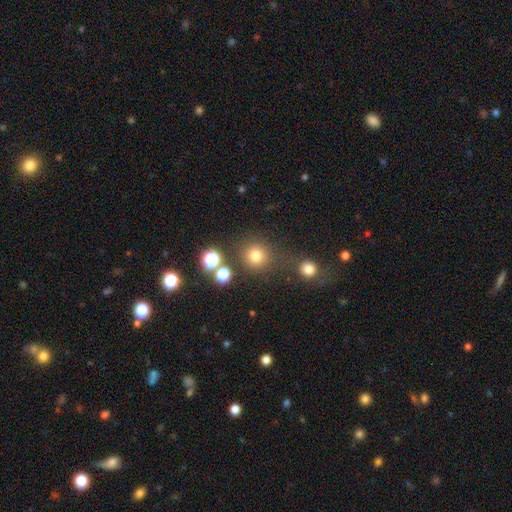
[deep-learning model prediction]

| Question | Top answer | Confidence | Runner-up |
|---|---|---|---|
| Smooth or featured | smooth | 76% | star or artifact (17%) |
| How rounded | round | 93% | in between (6%) |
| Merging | none | 78% | minor disturbance (9%) |